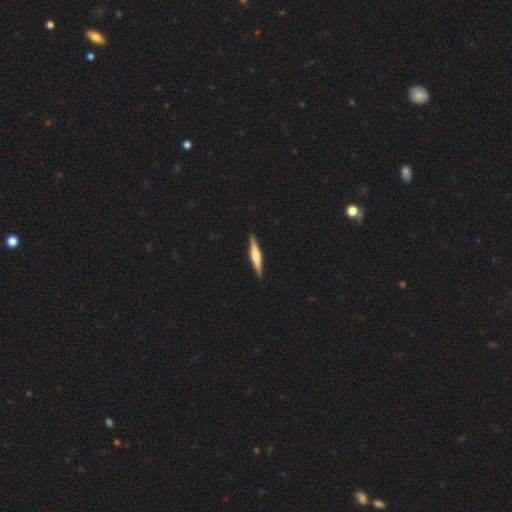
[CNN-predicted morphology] Smooth or featured? featured or disk (64%)
Edge-on disk? yes (98%)
Edge-on bulge? rounded (71%)
Merging? none (92%)